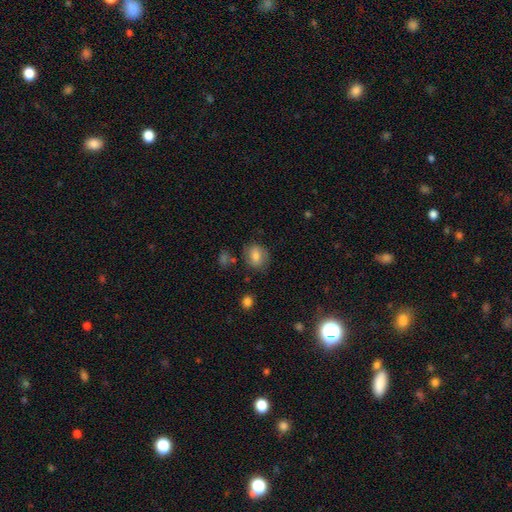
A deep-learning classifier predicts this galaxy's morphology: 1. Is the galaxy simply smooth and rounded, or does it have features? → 72% smooth, 20% featured or disk, 9% star or artifact.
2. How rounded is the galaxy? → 58% in between, 40% round, 1% cigar-shaped.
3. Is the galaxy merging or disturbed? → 71% none, 19% minor disturbance, 7% major disturbance, 3% merger.